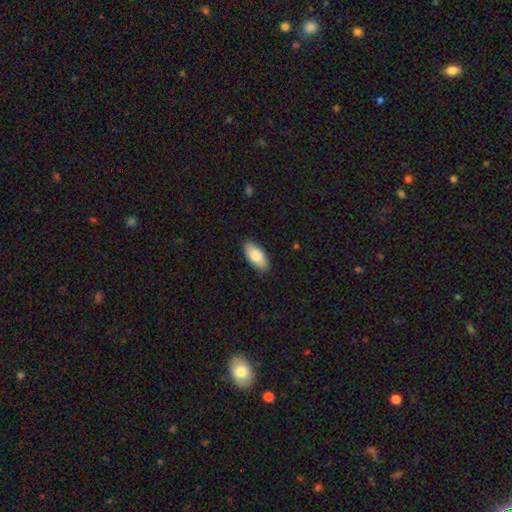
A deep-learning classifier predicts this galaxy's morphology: Smooth or featured?
  - smooth: 83% *
  - featured or disk: 12%
  - star or artifact: 6%
How rounded?
  - in between: 91% *
  - cigar-shaped: 7%
  - round: 2%
Merging?
  - none: 88% *
  - minor disturbance: 10%
  - major disturbance: 2%
  - merger: 1%